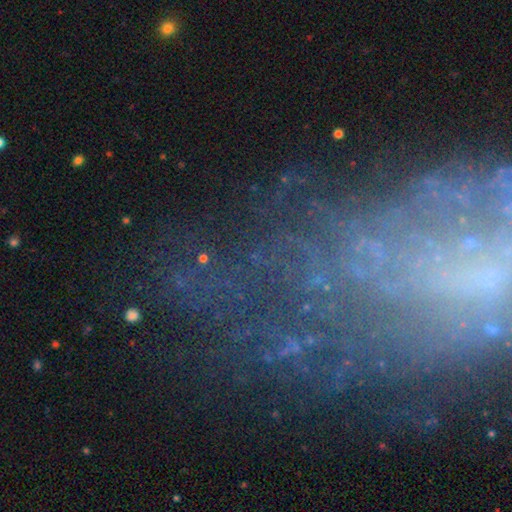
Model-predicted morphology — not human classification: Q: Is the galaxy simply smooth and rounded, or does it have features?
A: featured or disk — 49%.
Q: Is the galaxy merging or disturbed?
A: none — 60%.